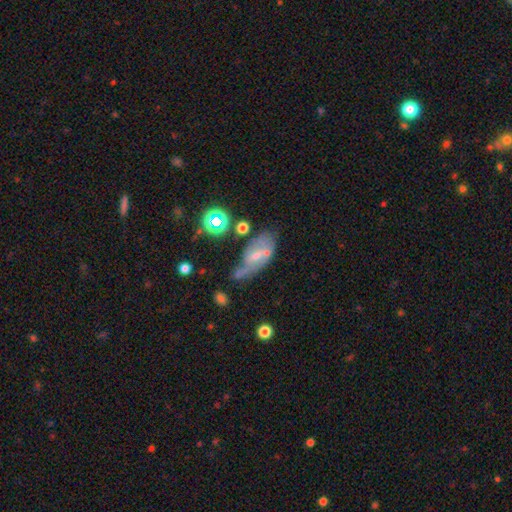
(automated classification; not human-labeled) This appears to be a featured or disk galaxy (59%) with a weak bar (42%), spiral arms (61%) and a small central bulge (56%). Merging: none (40%).